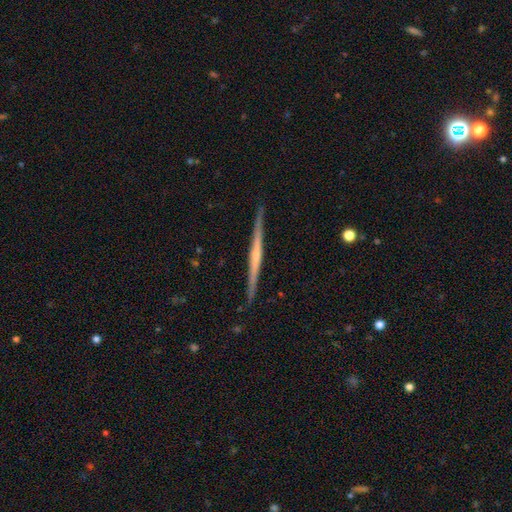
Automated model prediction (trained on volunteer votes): A featured or disk galaxy (76%) viewed edge-on (98%) with a rounded central bulge (46%).

Vote fractions:
- Smooth or featured? featured or disk: 76% / smooth: 19% / star or artifact: 5%
- Edge-on disk? yes: 98% / no: 2%
- Edge-on bulge? rounded: 46% / none: 45% / boxy: 9%
- Merging? none: 90% / minor disturbance: 7% / major disturbance: 1% / merger: 1%